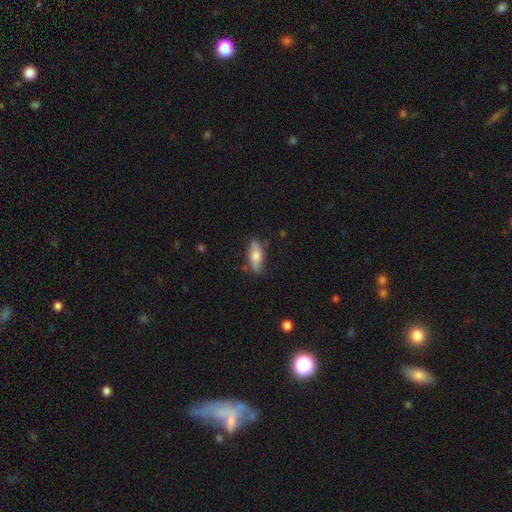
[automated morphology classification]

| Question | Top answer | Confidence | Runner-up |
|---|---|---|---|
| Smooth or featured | smooth | 69% | featured or disk (25%) |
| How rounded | in between | 65% | cigar-shaped (32%) |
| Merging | none | 77% | minor disturbance (18%) |